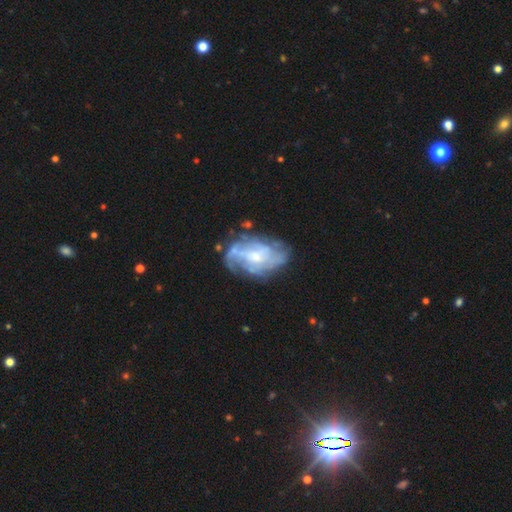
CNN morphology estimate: A featured or disk galaxy (77%) with no bar (62%), tight (43%) spiral arms (80%) and a small central bulge (50%).

Vote fractions:
- Smooth or featured? featured or disk: 77% / smooth: 15% / star or artifact: 7%
- Edge-on disk? no: 96% / yes: 4%
- Bar? no: 62% / weak: 32% / strong: 7%
- Spiral arms? yes: 80% / no: 20%
- Spiral winding? tight: 43% / medium: 38% / loose: 19%
- Spiral arm count? can't tell: 48% / 2: 20% / 3: 14% / 4: 9% / more than 4: 5% / 1: 5%
- Bulge size? small: 50% / moderate: 41% / none: 5% / large: 4% / dominant: 1%
- Merging? none: 62% / minor disturbance: 22% / major disturbance: 13% / merger: 3%